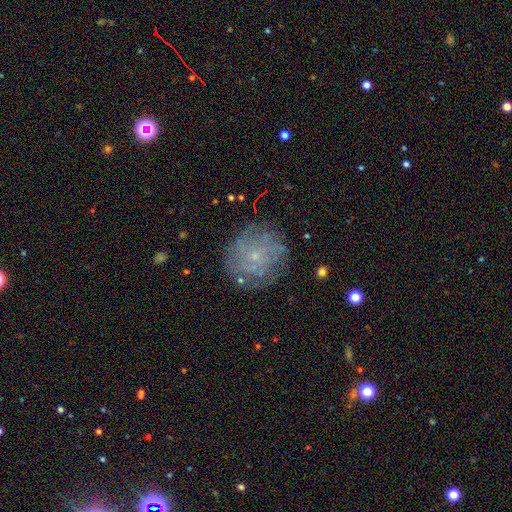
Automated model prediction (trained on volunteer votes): A featured or disk galaxy (55%) with no bar (83%), spiral arms (69%) and a small central bulge (83%).

Vote fractions:
- Smooth or featured? featured or disk: 55% / smooth: 31% / star or artifact: 14%
- Edge-on disk? no: 97% / yes: 3%
- Bar? no: 83% / weak: 14% / strong: 3%
- Spiral arms? yes: 69% / no: 31%
- Bulge size? small: 83% / moderate: 10% / none: 5% / large: 1% / dominant: 1%
- Merging? none: 77% / minor disturbance: 15% / major disturbance: 6% / merger: 2%